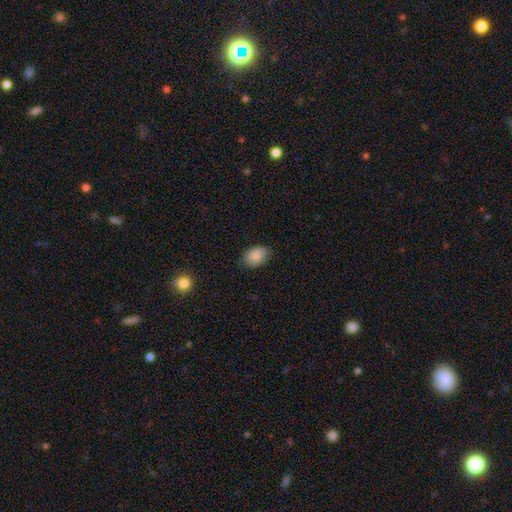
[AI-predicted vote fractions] Smooth or featured? Predicted: smooth (p=0.87). How rounded? Predicted: in between (p=0.82). Merging? Predicted: none (p=0.81).